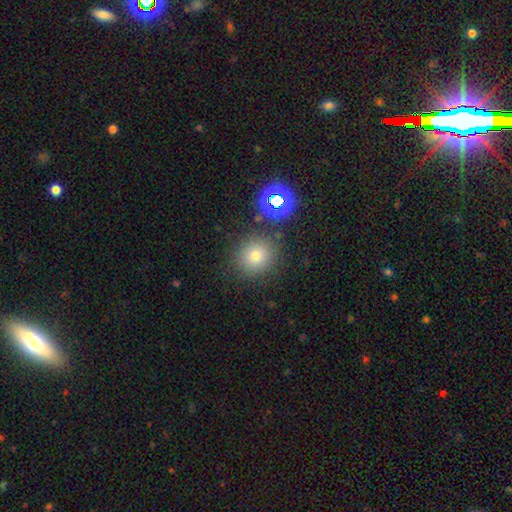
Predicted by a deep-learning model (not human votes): A smooth galaxy with no disk features (72%) that is round (88%). Merging: none (83%).